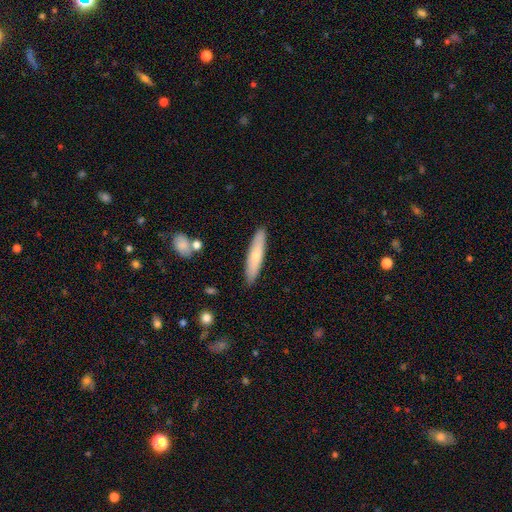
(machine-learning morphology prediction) Smooth or featured?
  - smooth: 66% *
  - featured or disk: 28%
  - star or artifact: 5%
How rounded?
  - cigar-shaped: 83% *
  - in between: 15%
  - round: 1%
Merging?
  - none: 88% *
  - minor disturbance: 8%
  - major disturbance: 2%
  - merger: 2%